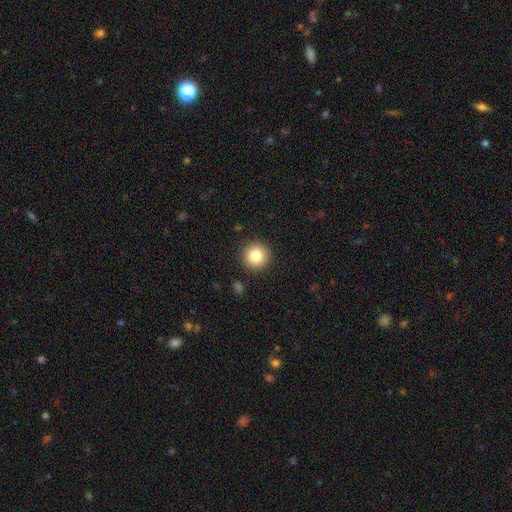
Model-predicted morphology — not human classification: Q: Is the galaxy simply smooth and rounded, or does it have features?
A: smooth — 82%.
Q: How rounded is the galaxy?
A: round — 96%.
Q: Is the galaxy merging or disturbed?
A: none — 91%.